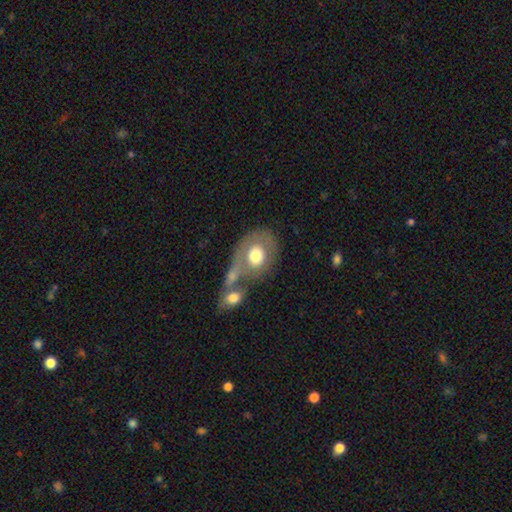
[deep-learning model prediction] A smooth galaxy with no disk features (61%) that is in between round and cigar-shaped (56%). Merging: merger (42%).